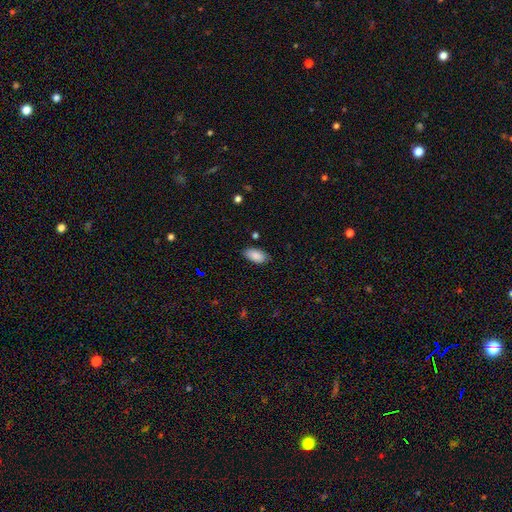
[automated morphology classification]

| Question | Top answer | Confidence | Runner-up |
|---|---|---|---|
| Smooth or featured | smooth | 88% | star or artifact (7%) |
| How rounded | in between | 94% | cigar-shaped (4%) |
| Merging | none | 83% | minor disturbance (13%) |